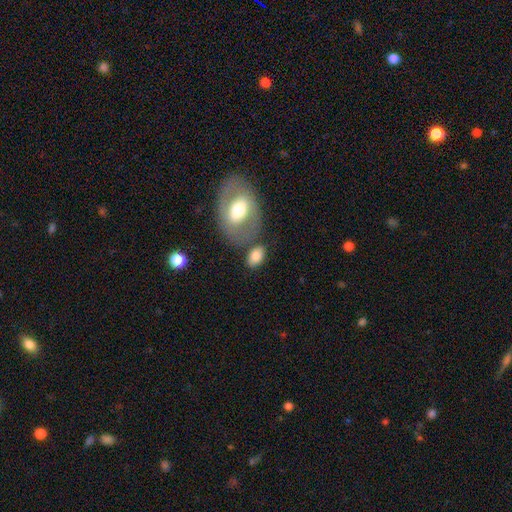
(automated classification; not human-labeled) A smooth galaxy with no disk features (79%) that is in between round and cigar-shaped (87%). Merging: none (61%).